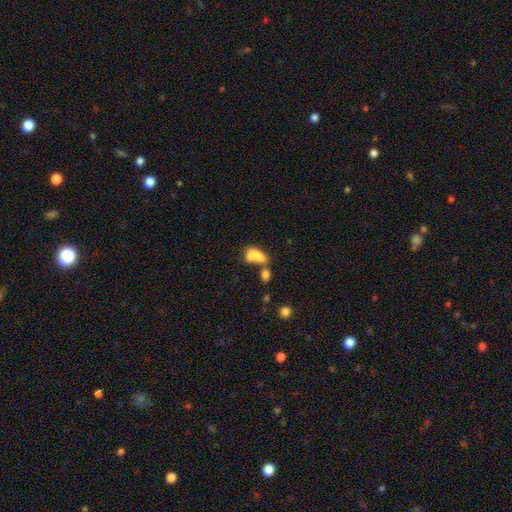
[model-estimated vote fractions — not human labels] Smooth or featured? Predicted: smooth (p=0.70). How rounded? Predicted: in between (p=0.85). Merging? Predicted: merger (p=0.62).